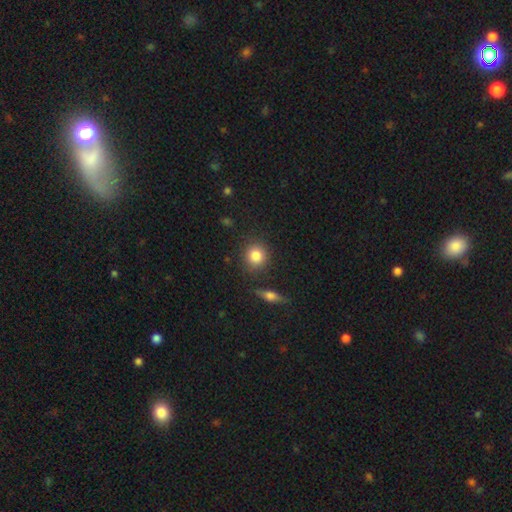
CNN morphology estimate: smooth 84%, star or artifact 9%, featured or disk 8%. Down the decision tree: how rounded — round (86%); merging — none (85%).